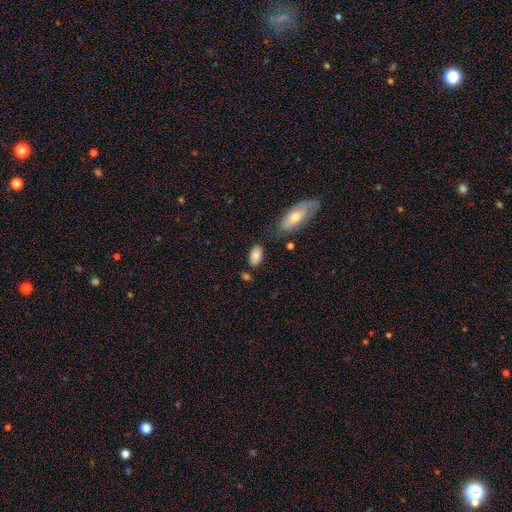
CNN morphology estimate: A smooth galaxy with no disk features (81%) that is in between round and cigar-shaped (93%). Merging: none (75%).